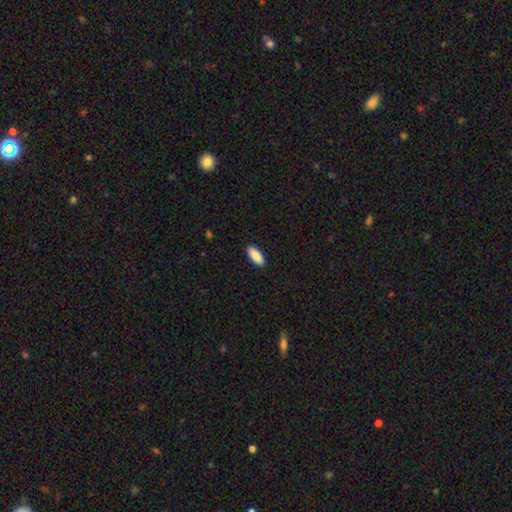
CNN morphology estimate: This appears to be a smooth galaxy with no disk features (89%) that is in between round and cigar-shaped (75%). Merging: none (91%).